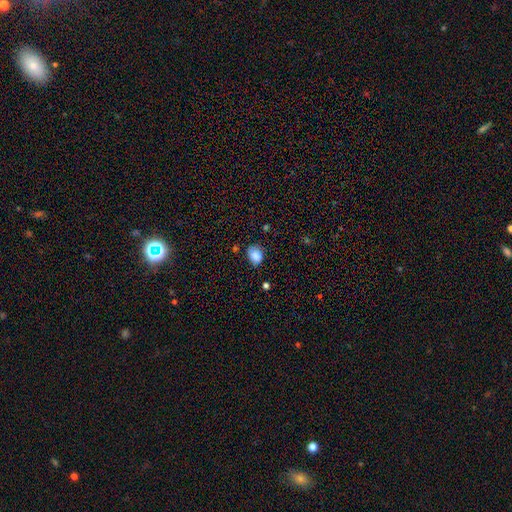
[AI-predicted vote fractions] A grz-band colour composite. It shows a smooth galaxy with no disk features (84%) that is in between round and cigar-shaped (56%). Merging: none (61%).